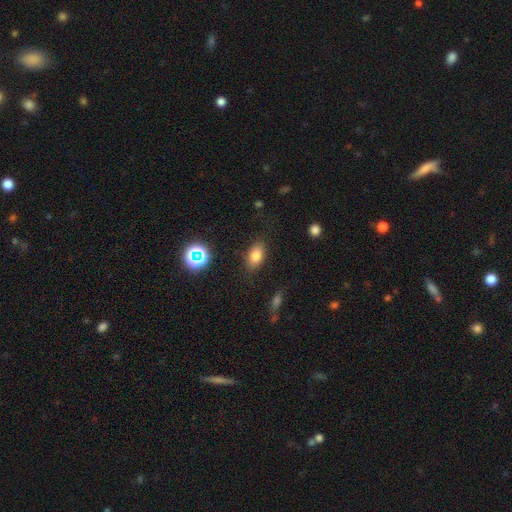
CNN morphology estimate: Q: Smooth or featured?
A: smooth (77%); runner-up: star or artifact (13%)
Q: How rounded?
A: in between (87%); runner-up: round (11%)
Q: Merging?
A: none (83%); runner-up: minor disturbance (11%)